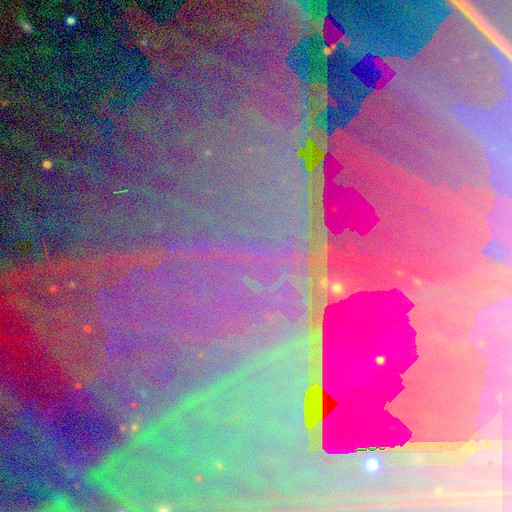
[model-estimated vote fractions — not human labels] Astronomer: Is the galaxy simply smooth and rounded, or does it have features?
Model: star or artifact — 84%.